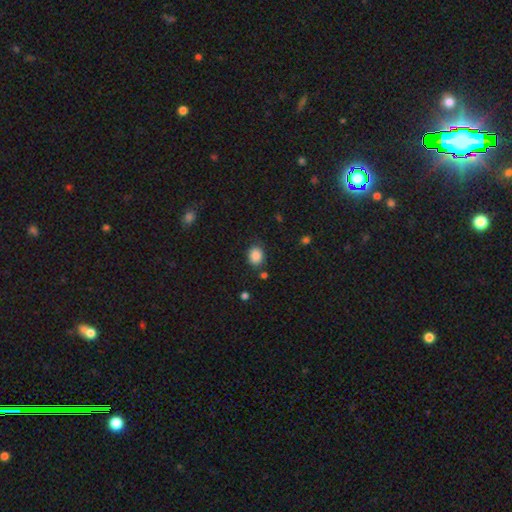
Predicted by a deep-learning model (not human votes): Q: Smooth or featured?
A: smooth (87%); runner-up: star or artifact (9%)
Q: How rounded?
A: round (57%); runner-up: in between (42%)
Q: Merging?
A: none (79%); runner-up: minor disturbance (14%)